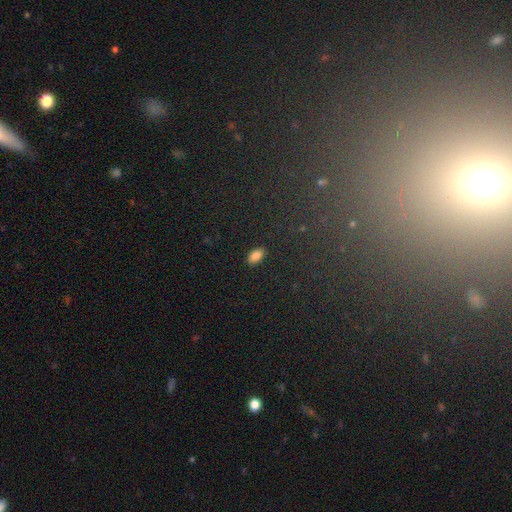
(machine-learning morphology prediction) A smooth galaxy with no disk features (85%) that is in between round and cigar-shaped (93%). Merging: none (89%).